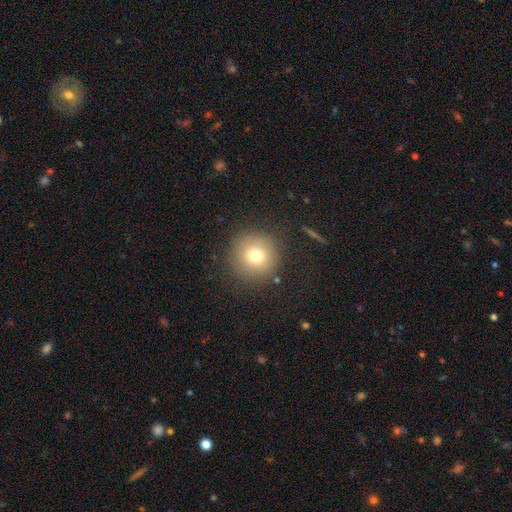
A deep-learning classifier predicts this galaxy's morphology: Q: Smooth or featured?
A: smooth (74%); runner-up: featured or disk (13%)
Q: How rounded?
A: round (95%); runner-up: in between (4%)
Q: Merging?
A: none (87%); runner-up: minor disturbance (8%)